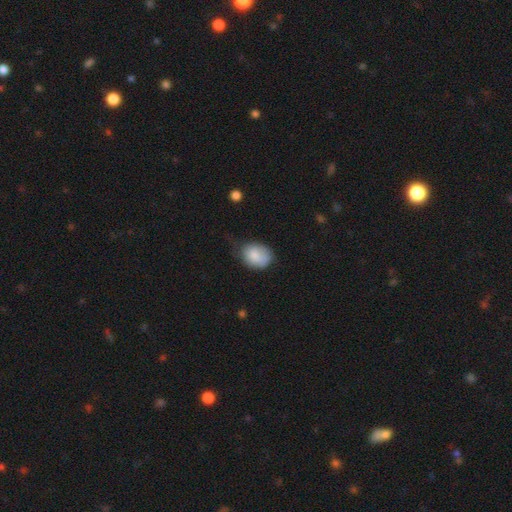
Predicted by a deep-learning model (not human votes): Q: Smooth or featured?
A: smooth (81%); runner-up: featured or disk (12%)
Q: How rounded?
A: in between (54%); runner-up: round (45%)
Q: Merging?
A: none (48%); runner-up: minor disturbance (37%)